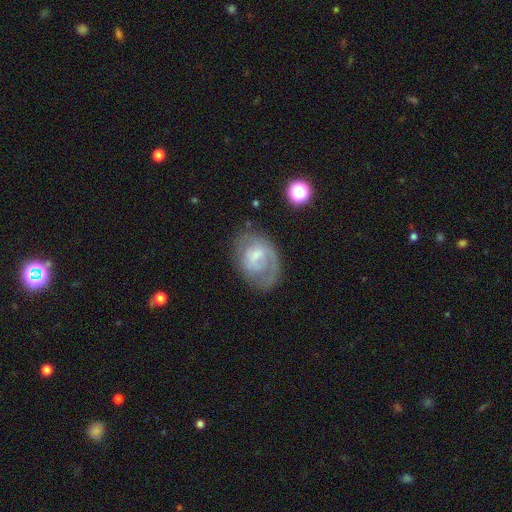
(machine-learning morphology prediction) The model was most divided on "bar": no: 48%, weak: 44%, strong: 8%. Remaining: edge-on disk — no (96%); spiral arms — yes (67%); smooth or featured — featured or disk (58%); merging — none (55%); bulge size — small (47%).